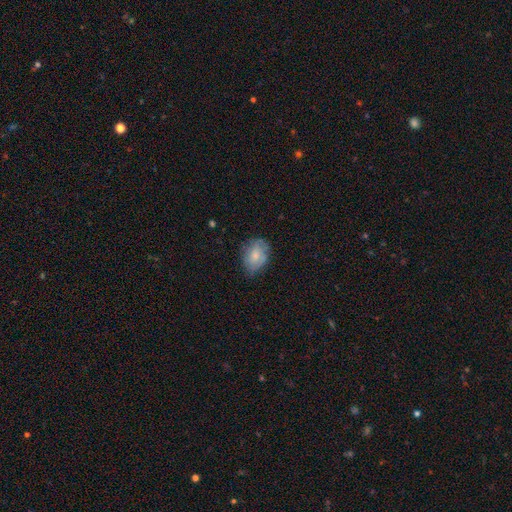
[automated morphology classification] This appears to be a smooth galaxy with no disk features (59%) that is in between round and cigar-shaped (73%). Merging: none (64%).